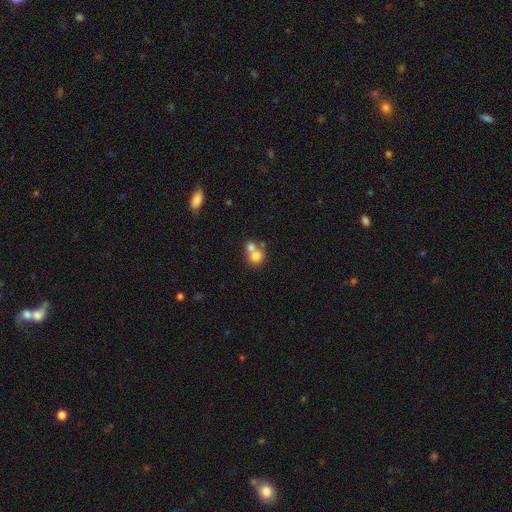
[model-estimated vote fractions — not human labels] Overall: smooth (74%). How rounded: round (72%). Merging: merger (61%; none 29%).